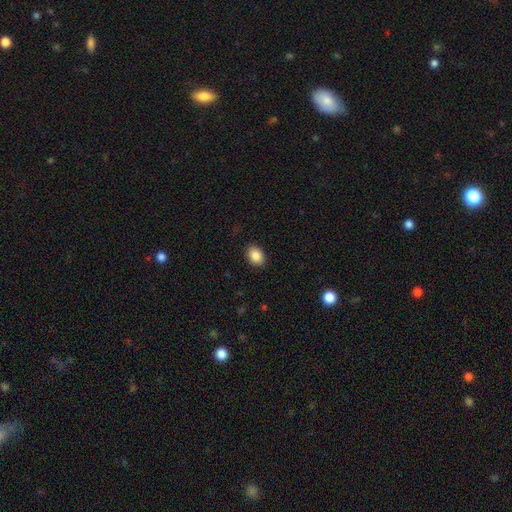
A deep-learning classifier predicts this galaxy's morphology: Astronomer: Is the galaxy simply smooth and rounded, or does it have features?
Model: smooth — 88%.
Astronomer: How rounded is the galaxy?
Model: in between — 74%.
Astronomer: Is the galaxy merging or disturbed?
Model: none — 89%.